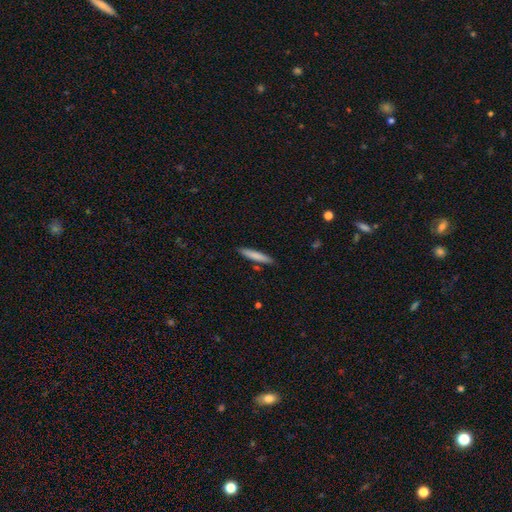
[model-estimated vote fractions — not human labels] smooth 78%, featured or disk 16%, star or artifact 6%. Down the decision tree: how rounded — cigar-shaped (92%); merging — none (87%).